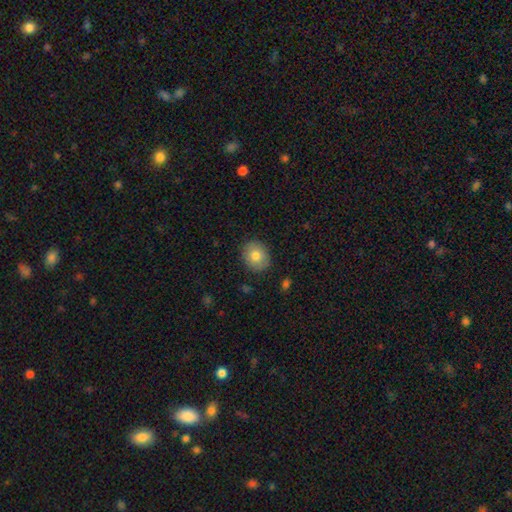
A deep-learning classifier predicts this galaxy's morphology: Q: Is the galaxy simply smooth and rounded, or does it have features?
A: smooth — 81%.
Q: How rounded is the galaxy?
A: round — 58%.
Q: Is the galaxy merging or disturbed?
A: none — 88%.